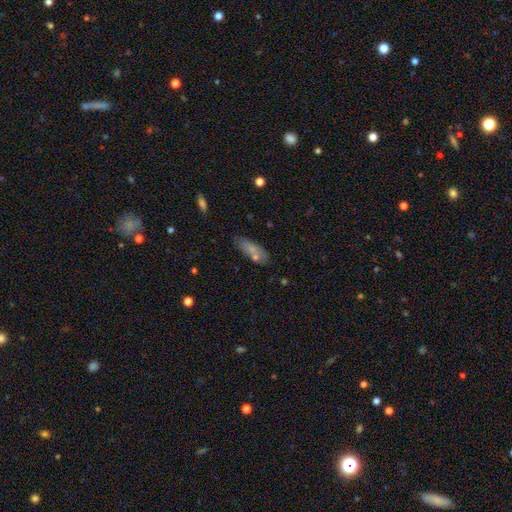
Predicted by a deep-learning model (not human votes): Smooth or featured? smooth (67%)
How rounded? in between (58%)
Merging? none (72%)